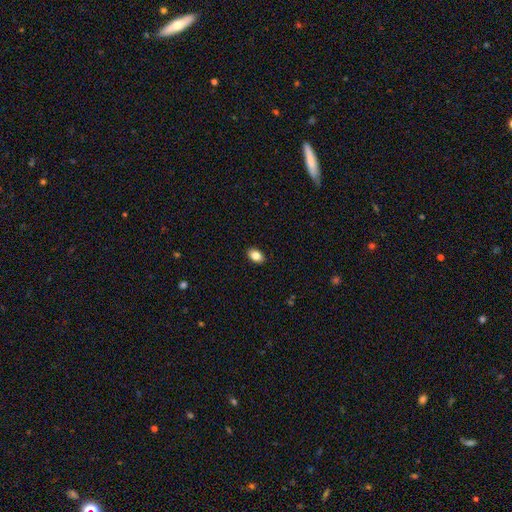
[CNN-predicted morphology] This is clearly a smooth galaxy (84%). How rounded: clearly in between (87%). Merging: clearly none (90%).